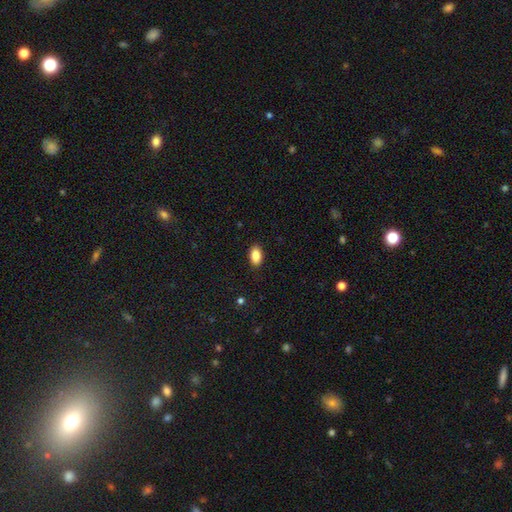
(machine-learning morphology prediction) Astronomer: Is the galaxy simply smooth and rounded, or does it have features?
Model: smooth — 88%.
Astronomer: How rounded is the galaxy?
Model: in between — 92%.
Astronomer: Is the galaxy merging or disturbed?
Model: none — 89%.